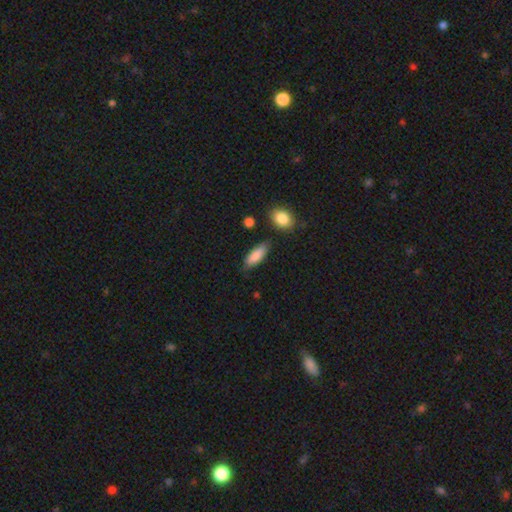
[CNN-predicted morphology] smooth_or_featured: smooth (p=0.86) [alt: featured or disk p=0.08]
how_rounded: in between (p=0.62) [alt: cigar-shaped p=0.36]
merging: none (p=0.78) [alt: minor disturbance p=0.16]